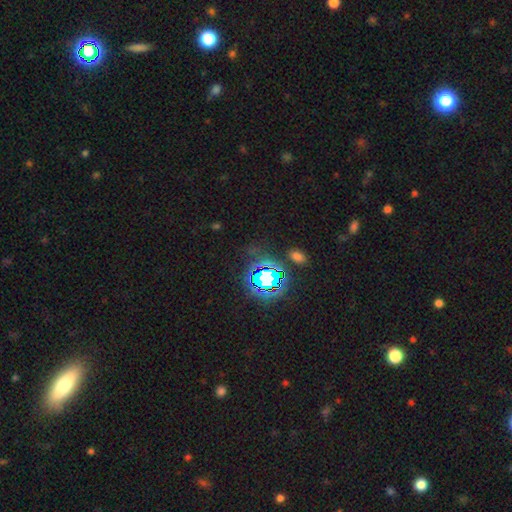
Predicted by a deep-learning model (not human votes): This appears to be a star or artifact, not a galaxy (77%).